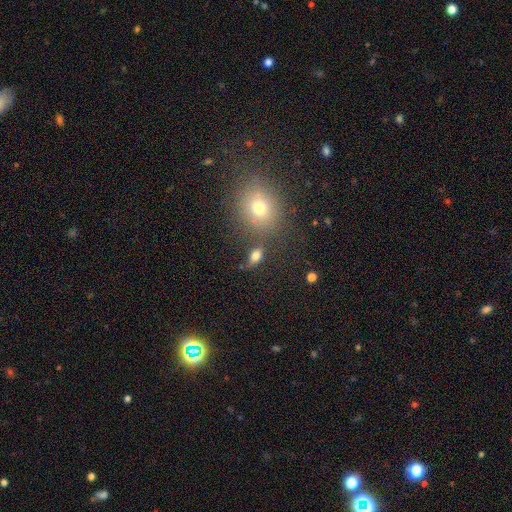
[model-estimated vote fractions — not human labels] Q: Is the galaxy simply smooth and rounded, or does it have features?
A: smooth — 75%.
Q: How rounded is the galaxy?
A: in between — 78%.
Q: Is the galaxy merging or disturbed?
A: none — 72%.